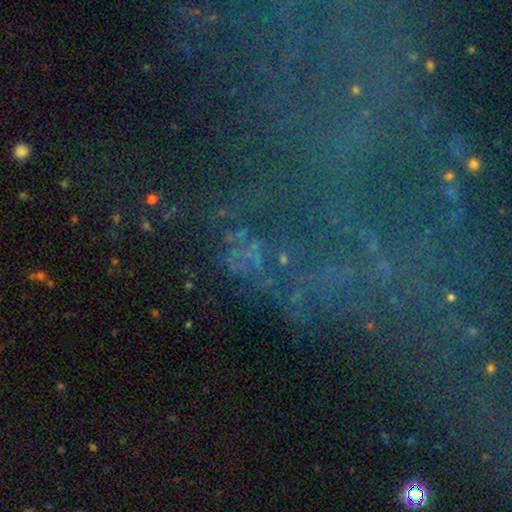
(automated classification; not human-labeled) This is likely a star or artifact rather than a galaxy (68%).